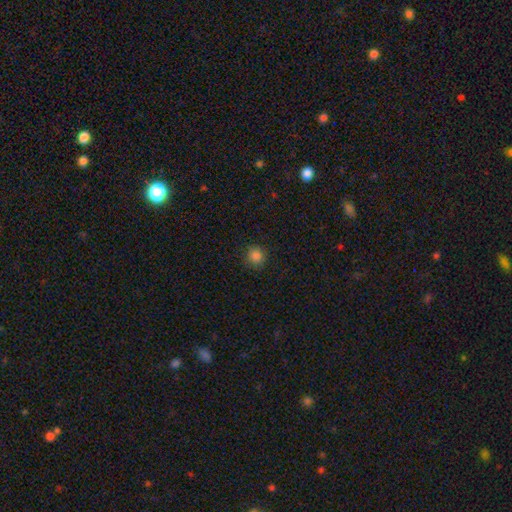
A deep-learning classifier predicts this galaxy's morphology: This appears to be a smooth galaxy with no disk features (85%) that is round (92%). Merging: none (88%).